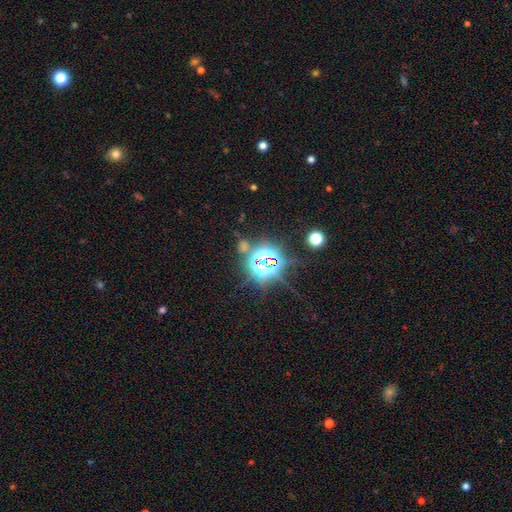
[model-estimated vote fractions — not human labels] Q: Smooth or featured?
A: star or artifact (82%); runner-up: smooth (11%)